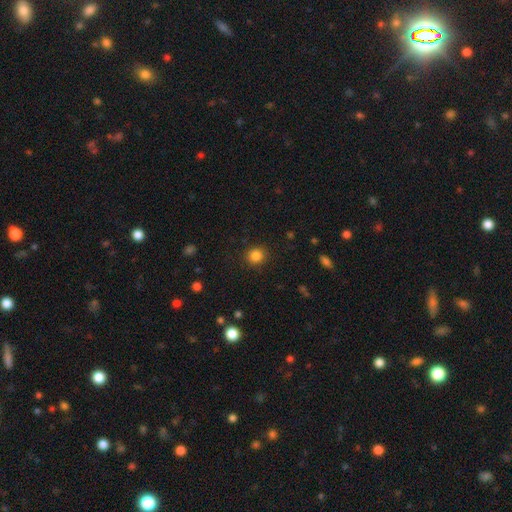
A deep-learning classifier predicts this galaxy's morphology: Smooth or featured: smooth — 84% (star or artifact — 11%)
How rounded: round — 88% (in between — 11%)
Merging: none — 90% (minor disturbance — 7%)